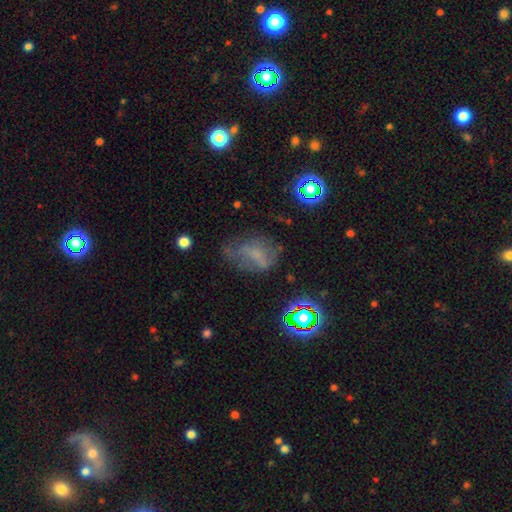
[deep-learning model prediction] This appears to be a smooth galaxy with no disk features (44%). Merging: none (46%).